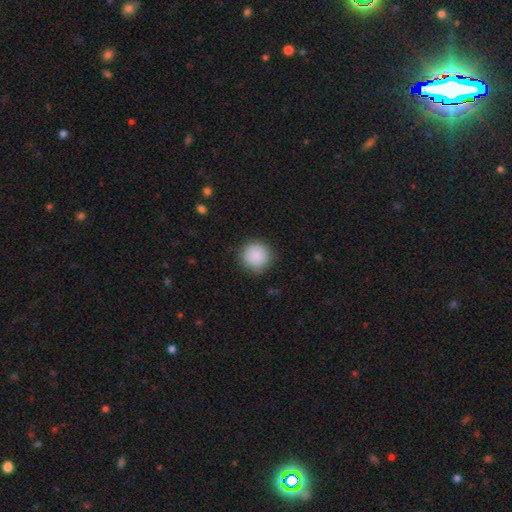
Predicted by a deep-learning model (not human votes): Q: Smooth or featured?
A: smooth (89%); runner-up: star or artifact (7%)
Q: How rounded?
A: round (94%); runner-up: in between (5%)
Q: Merging?
A: none (87%); runner-up: minor disturbance (9%)